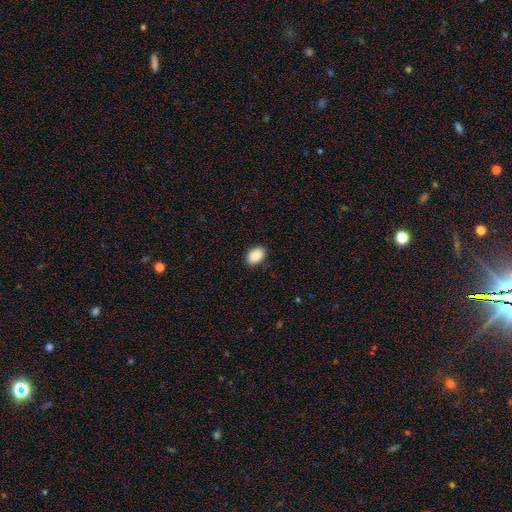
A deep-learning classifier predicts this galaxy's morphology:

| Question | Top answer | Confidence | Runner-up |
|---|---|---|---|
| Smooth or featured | smooth | 87% | star or artifact (7%) |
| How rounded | in between | 82% | round (17%) |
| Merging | none | 90% | minor disturbance (7%) |